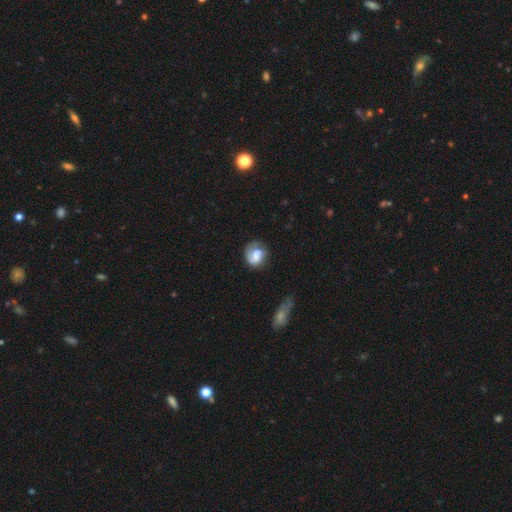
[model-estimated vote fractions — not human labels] Morphology: type=featured or disk (47%); merging=none (54%).